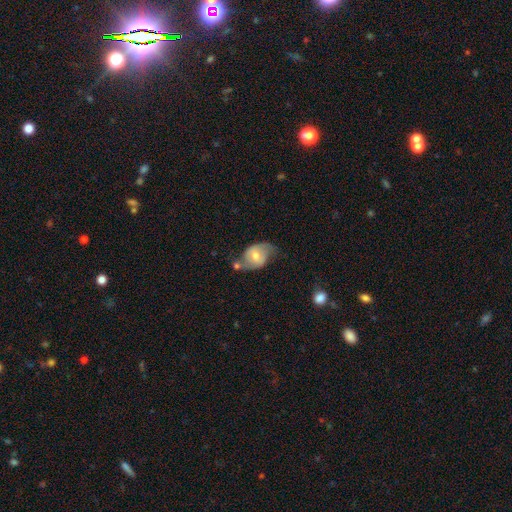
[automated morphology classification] smooth_or_featured: featured or disk (p=0.58) [alt: smooth p=0.36]
disk_edge_on: no (p=0.95) [alt: yes p=0.05]
bar: weak (p=0.44) [alt: no p=0.41]
has_spiral_arms: yes (p=0.74) [alt: no p=0.26]
bulge_size: moderate (p=0.63) [alt: small p=0.29]
merging: none (p=0.44) [alt: minor disturbance p=0.26]